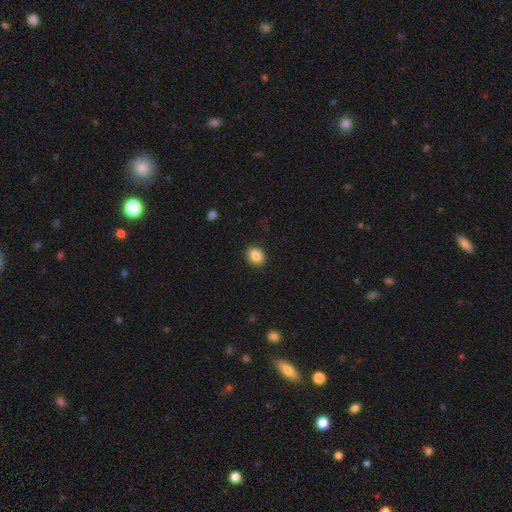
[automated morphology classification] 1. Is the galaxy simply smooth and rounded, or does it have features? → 87% smooth, 9% star or artifact, 5% featured or disk.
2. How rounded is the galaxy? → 54% in between, 45% round, 1% cigar-shaped.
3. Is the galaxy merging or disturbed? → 90% none, 7% minor disturbance, 2% major disturbance, 1% merger.